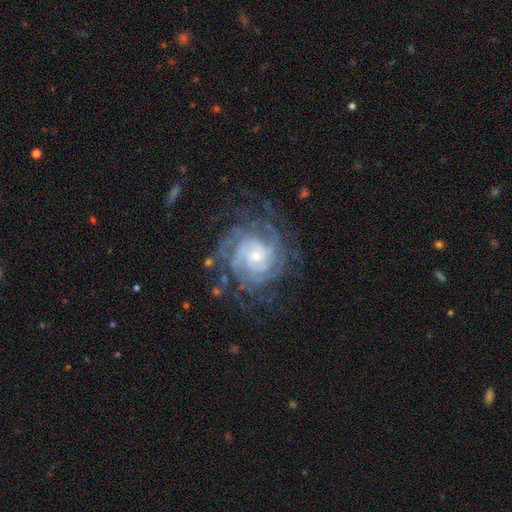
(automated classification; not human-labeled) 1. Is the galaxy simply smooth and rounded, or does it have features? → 88% featured or disk, 6% star or artifact, 6% smooth.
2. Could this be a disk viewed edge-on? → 97% no, 3% yes.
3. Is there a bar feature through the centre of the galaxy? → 70% no, 24% weak, 6% strong.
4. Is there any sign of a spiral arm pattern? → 97% yes, 3% no.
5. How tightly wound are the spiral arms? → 69% tight, 25% medium, 6% loose.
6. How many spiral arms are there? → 28% can't tell, 24% 4, 16% 3, 13% more than 4, 12% 2, 7% 1.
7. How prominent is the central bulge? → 65% small, 30% moderate, 3% large, 1% none, 1% dominant.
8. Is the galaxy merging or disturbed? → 70% none, 16% minor disturbance, 12% major disturbance, 2% merger.